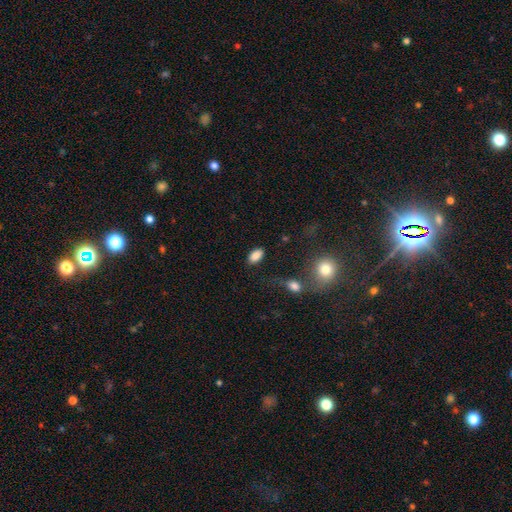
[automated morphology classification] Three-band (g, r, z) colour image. It shows a smooth galaxy with no disk features (86%) that is in between round and cigar-shaped (92%). Merging: none (81%).